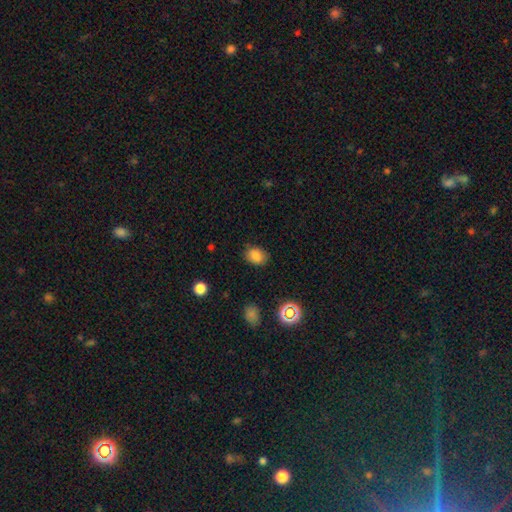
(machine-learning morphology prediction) A smooth galaxy with no disk features (83%) that is in between round and cigar-shaped (64%). Merging: none (82%).